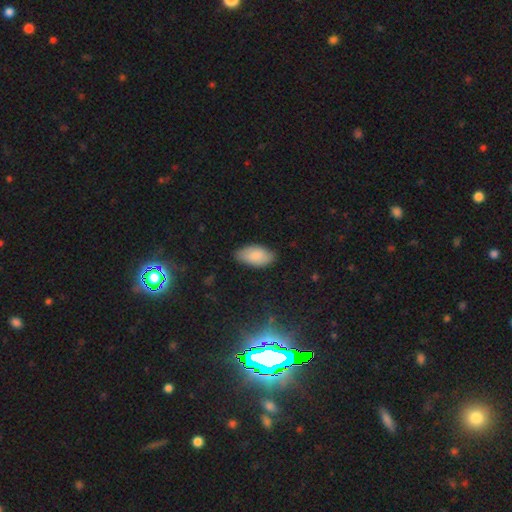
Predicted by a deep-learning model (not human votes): Smooth or featured? Predicted: smooth (p=0.83). How rounded? Predicted: in between (p=0.94). Merging? Predicted: none (p=0.79).